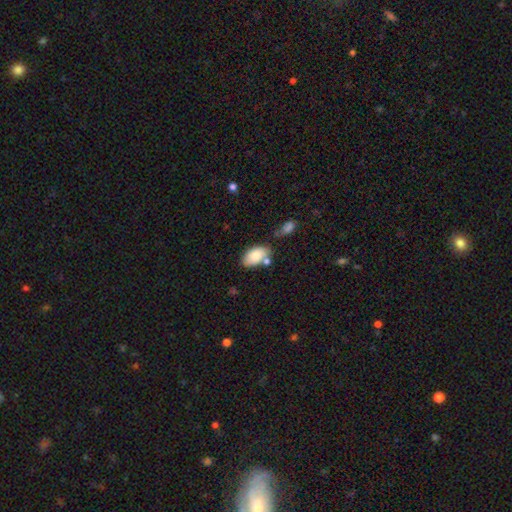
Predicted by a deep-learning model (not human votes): This appears to be a smooth galaxy with no disk features (81%) that is in between round and cigar-shaped (93%). Merging: none (58%).